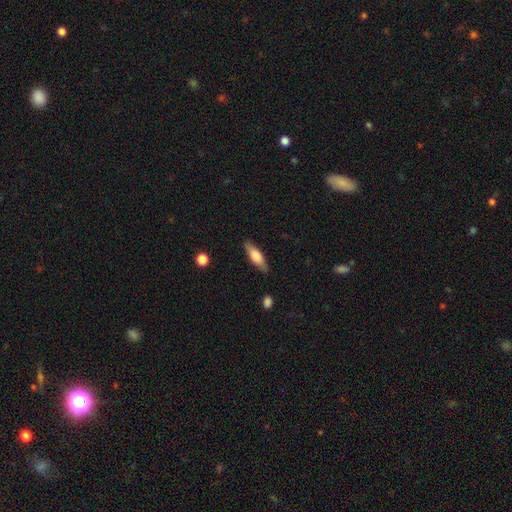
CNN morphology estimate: Smooth or featured: smooth — 63% (featured or disk — 31%)
How rounded: in between — 51% (cigar-shaped — 47%)
Merging: none — 84% (minor disturbance — 12%)